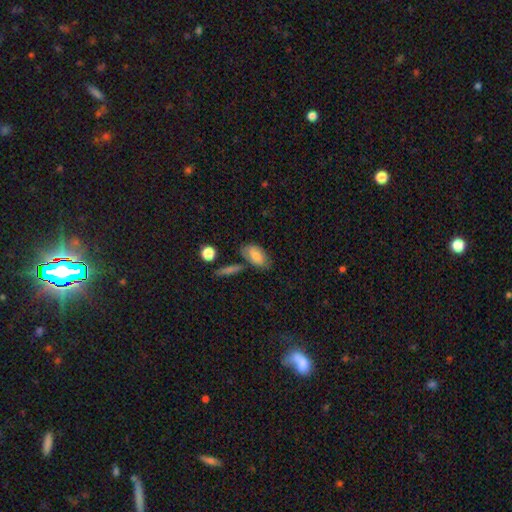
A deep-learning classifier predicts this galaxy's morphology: This appears to be a smooth galaxy with no disk features (75%) that is in between round and cigar-shaped (91%). Merging: none (64%).